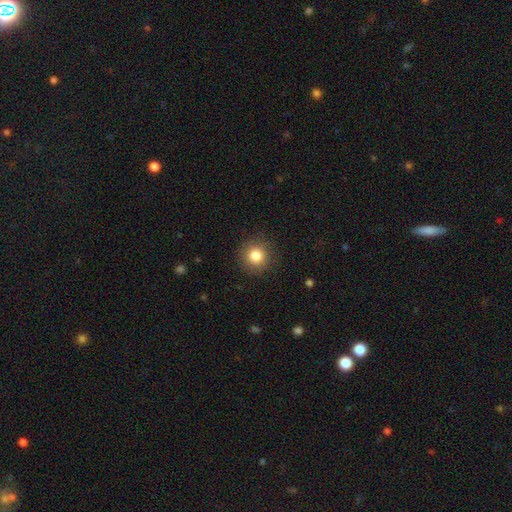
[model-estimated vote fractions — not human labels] Smooth or featured? Predicted: smooth (p=0.83). How rounded? Predicted: round (p=0.94). Merging? Predicted: none (p=0.90).